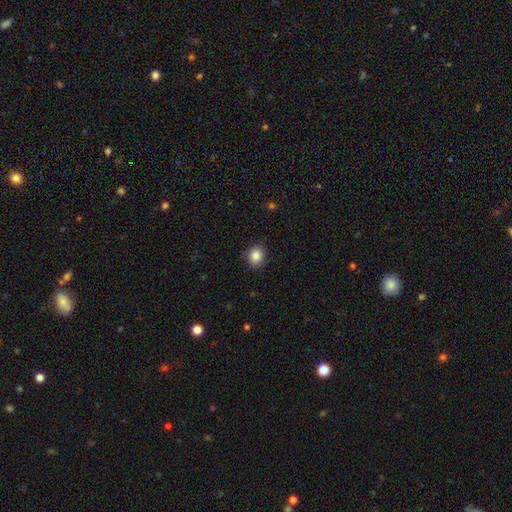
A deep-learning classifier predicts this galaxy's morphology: Smooth or featured? smooth (87%)
How rounded? round (73%)
Merging? none (87%)